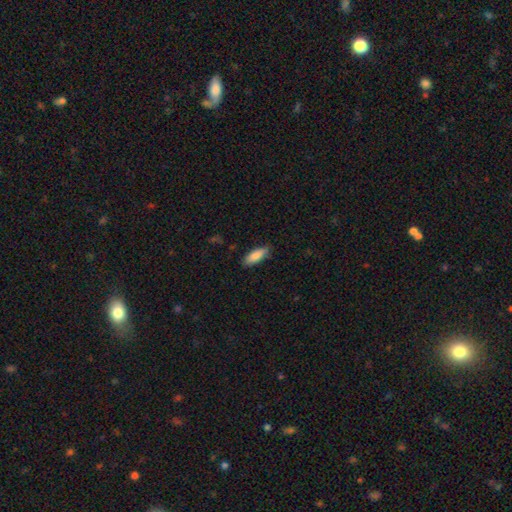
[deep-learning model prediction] Smooth or featured? Predicted: smooth (p=0.85). How rounded? Predicted: in between (p=0.67). Merging? Predicted: none (p=0.83).